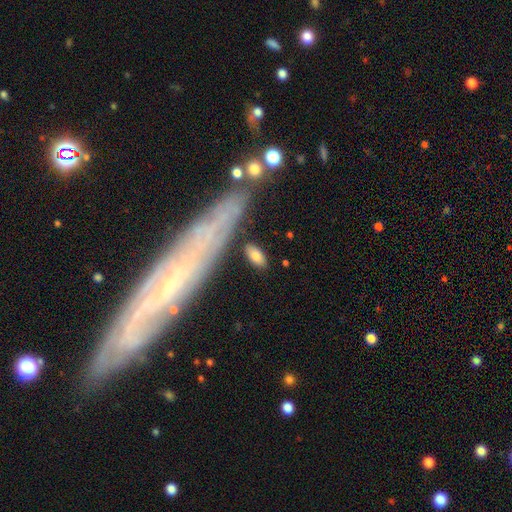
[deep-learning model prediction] Smooth or featured? smooth (79%)
How rounded? in between (88%)
Merging? none (82%)